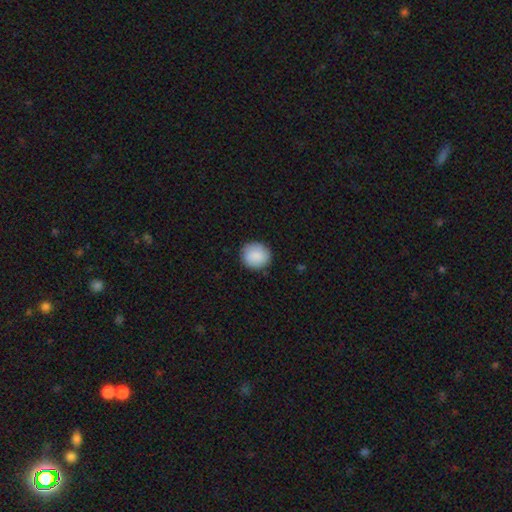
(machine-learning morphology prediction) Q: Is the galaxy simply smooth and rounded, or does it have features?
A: smooth — 89%.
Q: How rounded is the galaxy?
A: round — 91%.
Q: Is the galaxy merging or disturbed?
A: none — 89%.